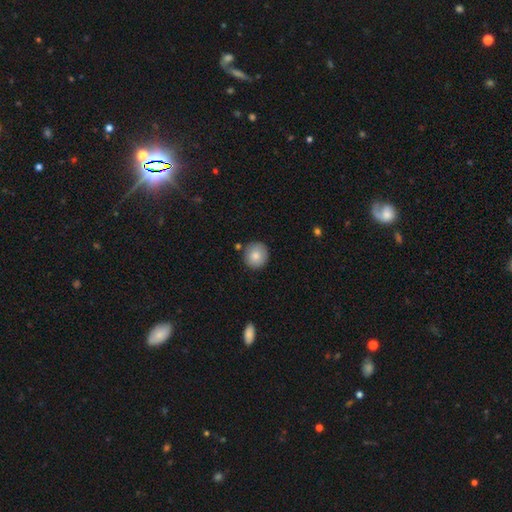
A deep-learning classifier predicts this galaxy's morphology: The model was most divided on "smooth or featured": smooth: 83%, featured or disk: 9%, star or artifact: 8%. More confident: how rounded — round (93%); merging — none (85%).